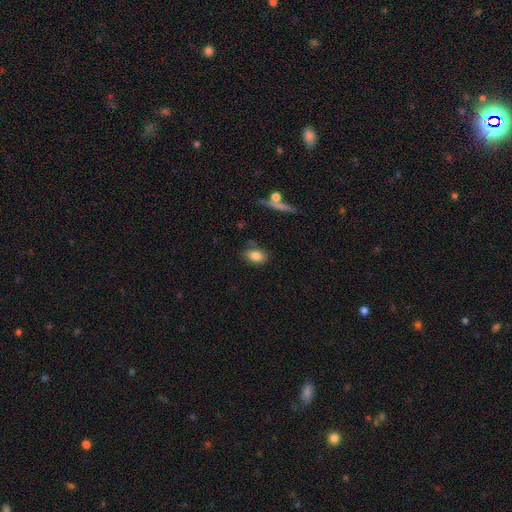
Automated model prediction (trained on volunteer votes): The model was most divided on "merging": none: 73%, minor disturbance: 19%, major disturbance: 4%, merger: 4%. More confident: smooth or featured — smooth (81%); how rounded — in between (80%).